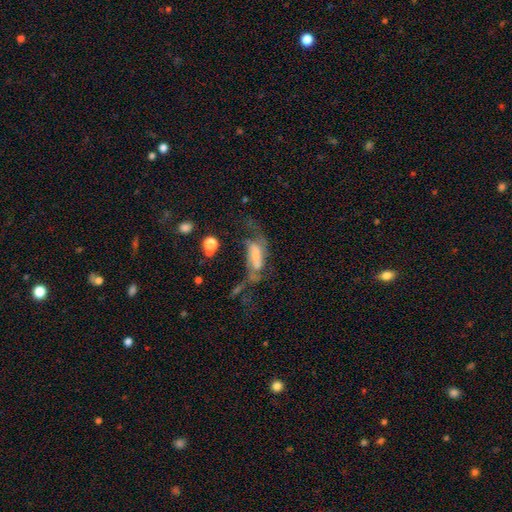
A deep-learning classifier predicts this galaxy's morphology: featured or disk 53%, smooth 36%, star or artifact 11%. Down the decision tree: edge-on disk — no (83%); merging — major disturbance (44%).